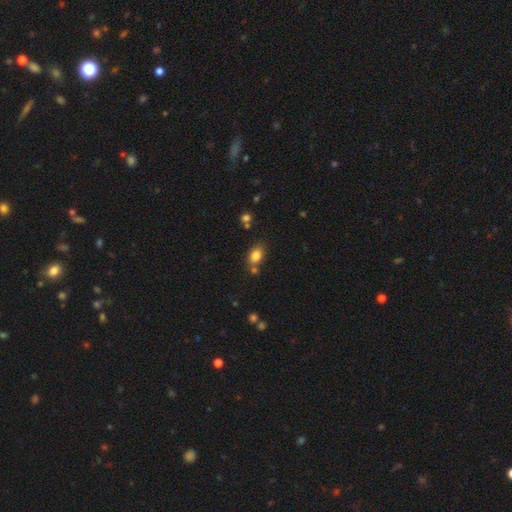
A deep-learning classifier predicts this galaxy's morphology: Overall: smooth (82%). How rounded: in between (77%). Merging: none (66%).